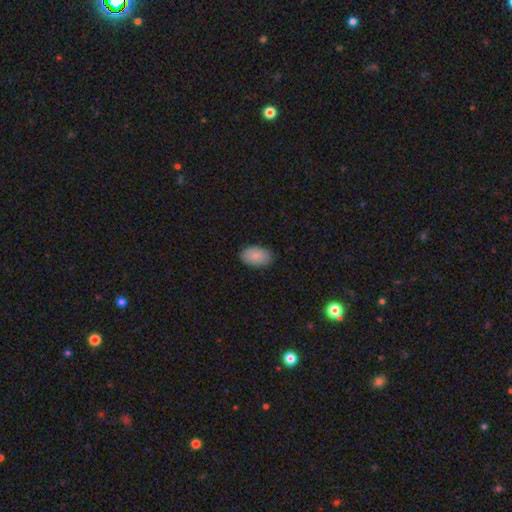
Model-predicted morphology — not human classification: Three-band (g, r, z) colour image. It shows a smooth galaxy with no disk features (88%) that is in between round and cigar-shaped (93%). Merging: none (88%).